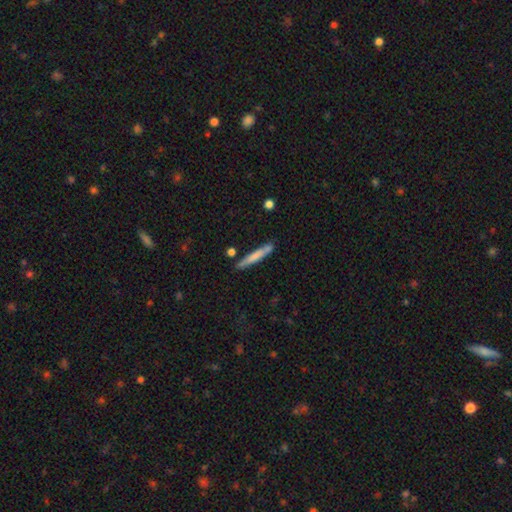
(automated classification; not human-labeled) This appears to be a smooth galaxy with no disk features (68%) that is cigar-shaped (94%). Merging: none (77%).